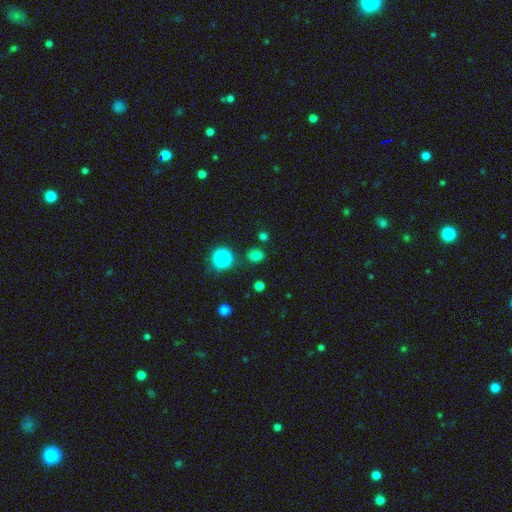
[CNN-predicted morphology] A smooth galaxy with no disk features (74%) that is round (64%). Merging: none (83%).